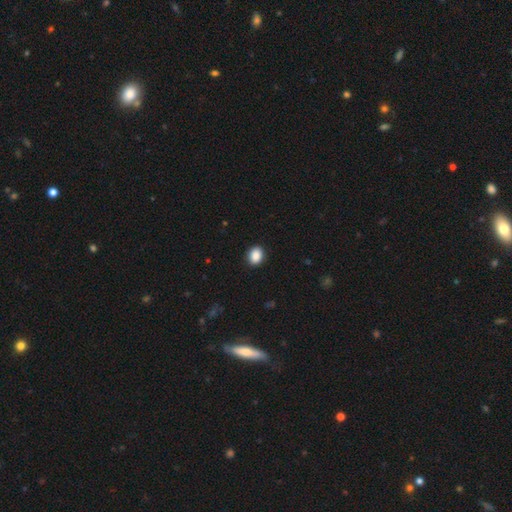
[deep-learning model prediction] smooth-or-featured: smooth: 89% | star or artifact: 8% | featured or disk: 3%
  how-rounded: in between: 56% | round: 43% | cigar-shaped: 1%
  merging: none: 91% | minor disturbance: 7% | major disturbance: 2% | merger: 1%